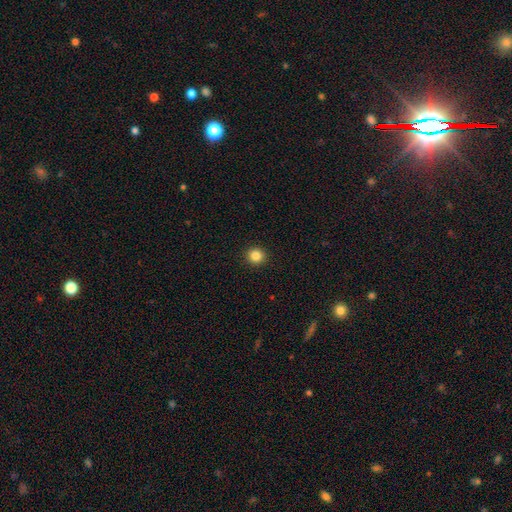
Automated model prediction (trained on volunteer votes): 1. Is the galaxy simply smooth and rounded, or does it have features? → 85% smooth, 11% star or artifact, 4% featured or disk.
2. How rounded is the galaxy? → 93% round, 6% in between, 1% cigar-shaped.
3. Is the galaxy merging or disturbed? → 93% none, 4% minor disturbance, 2% major disturbance, 1% merger.